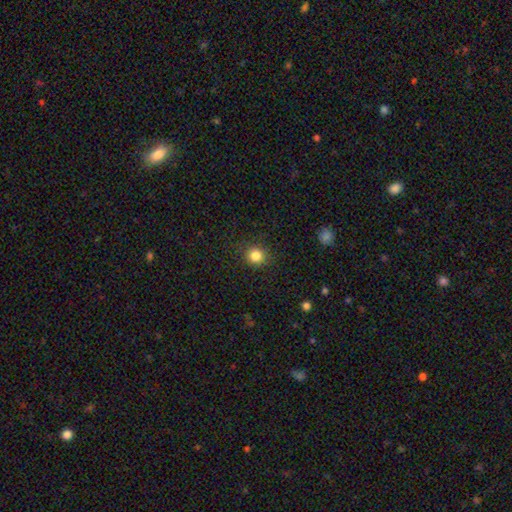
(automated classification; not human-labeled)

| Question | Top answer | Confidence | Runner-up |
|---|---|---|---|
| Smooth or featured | smooth | 84% | star or artifact (12%) |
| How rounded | round | 87% | in between (12%) |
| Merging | none | 88% | minor disturbance (8%) |